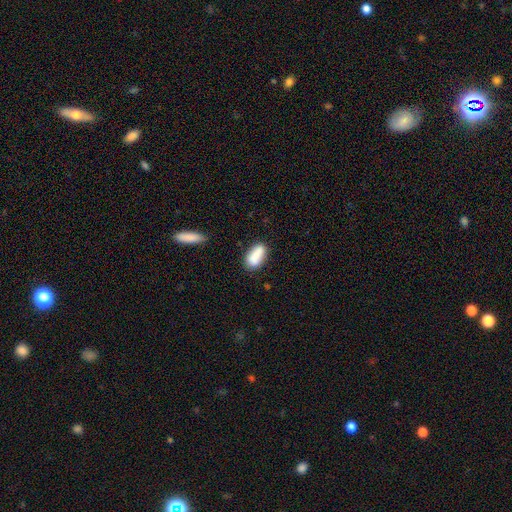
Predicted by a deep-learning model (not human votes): Smooth or featured? smooth (85%)
How rounded? in between (86%)
Merging? none (71%)